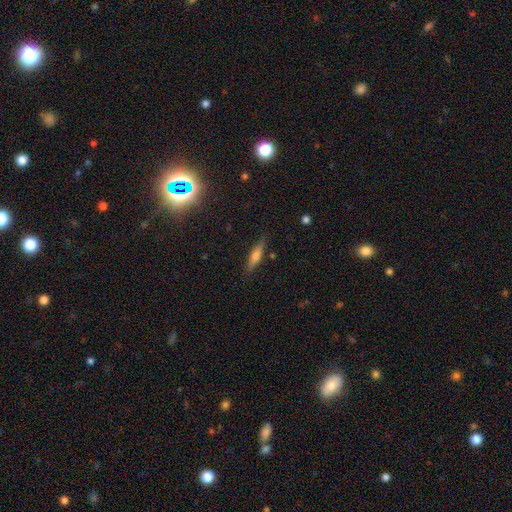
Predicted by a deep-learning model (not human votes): Smooth or featured? smooth (52%)
How rounded? cigar-shaped (74%)
Merging? none (85%)